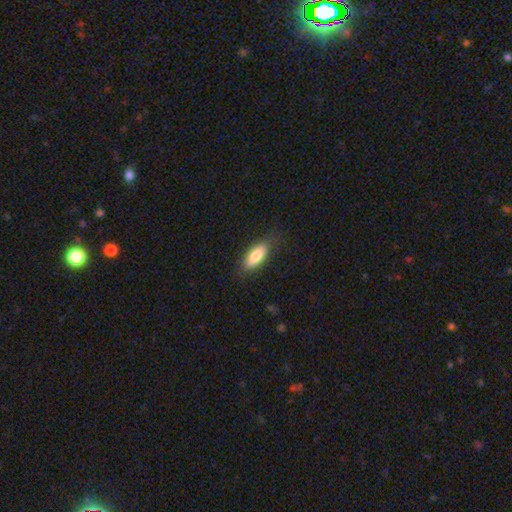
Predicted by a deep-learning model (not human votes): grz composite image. It shows a smooth galaxy with no disk features (74%) that is in between round and cigar-shaped (74%). Merging: none (80%).